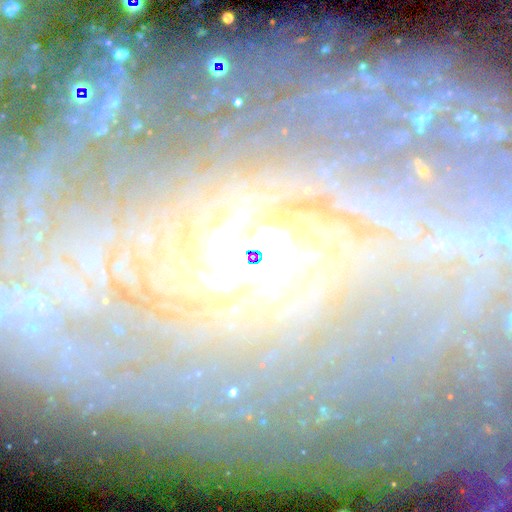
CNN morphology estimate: featured or disk 81%, star or artifact 11%, smooth 8%. Down the decision tree: edge-on disk — no (95%); bar — no (46%); spiral arms — yes (91%); spiral arm count — can't tell (25%); spiral winding — tight (55%); bulge size — moderate (55%); merging — none (59%).